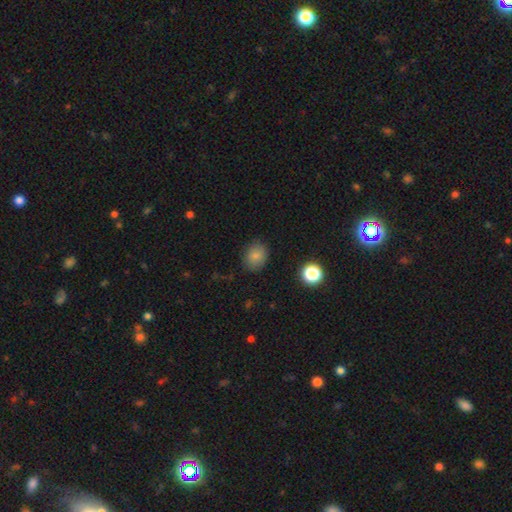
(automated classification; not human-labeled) The model was most divided on "how rounded": round: 53%, in between: 46%, cigar-shaped: 1%. More confident: merging — none (83%); smooth or featured — smooth (82%).